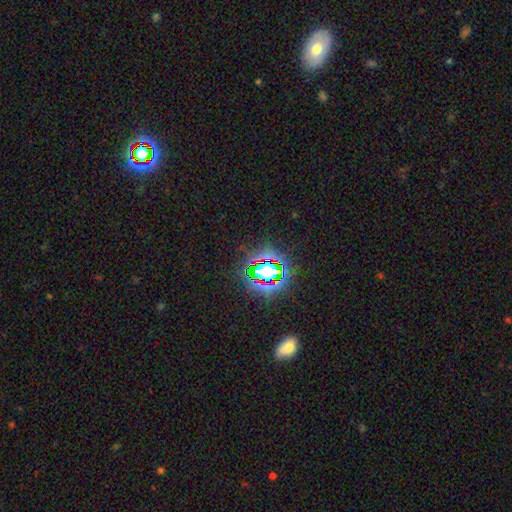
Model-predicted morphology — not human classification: This appears to be a star or artifact, not a galaxy (79%).